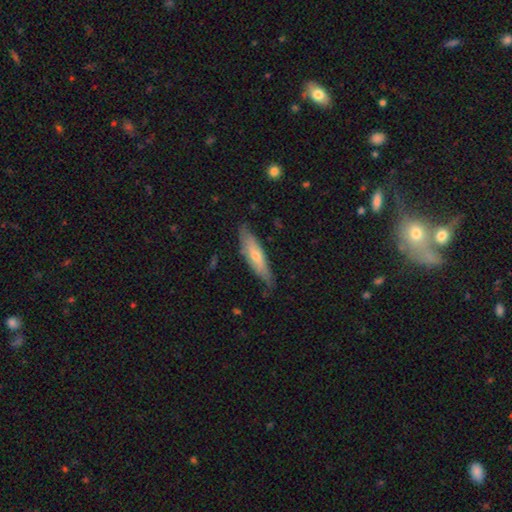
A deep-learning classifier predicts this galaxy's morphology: smooth 54%, featured or disk 40%, star or artifact 6%. Down the decision tree: how rounded — cigar-shaped (70%); merging — none (75%).